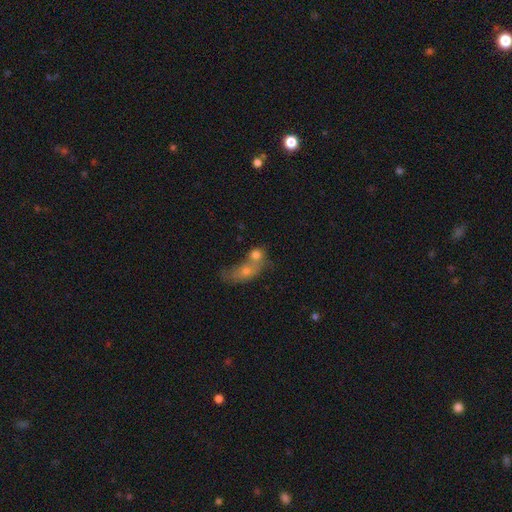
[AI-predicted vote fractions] Smooth or featured? smooth (70%)
How rounded? round (50%)
Merging? merger (71%)